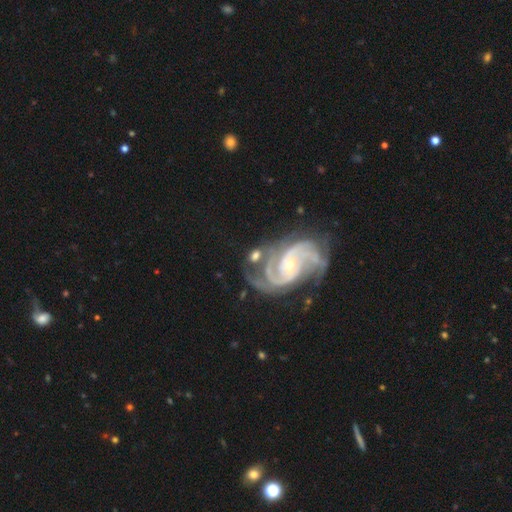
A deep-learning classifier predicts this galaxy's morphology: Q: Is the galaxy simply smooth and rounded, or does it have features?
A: featured or disk — 78%.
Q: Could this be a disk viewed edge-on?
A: no — 97%.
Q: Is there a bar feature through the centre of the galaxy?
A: no — 56%.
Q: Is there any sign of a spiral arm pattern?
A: yes — 95%.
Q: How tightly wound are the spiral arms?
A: medium — 49%.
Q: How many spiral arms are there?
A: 2 — 65%.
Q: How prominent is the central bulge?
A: small — 64%.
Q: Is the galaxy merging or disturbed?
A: none — 41%.